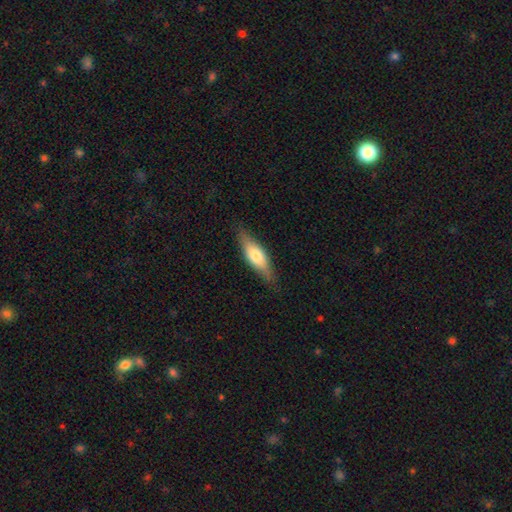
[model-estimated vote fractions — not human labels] Morphology: type=smooth (61%); roundness=in between (53%); merging=none (82%).